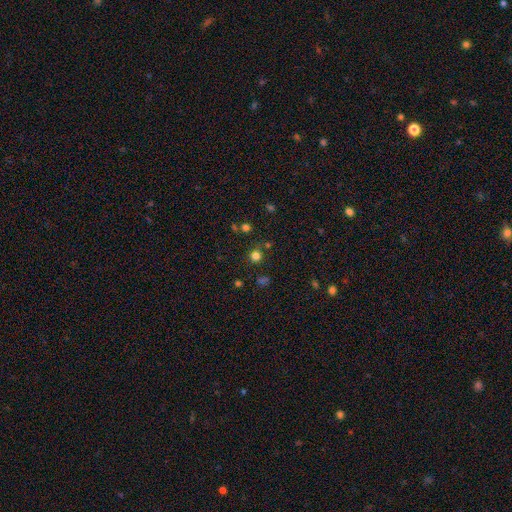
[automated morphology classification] Q: Smooth or featured?
A: smooth (75%); runner-up: star or artifact (20%)
Q: How rounded?
A: round (91%); runner-up: in between (8%)
Q: Merging?
A: none (83%); runner-up: minor disturbance (9%)